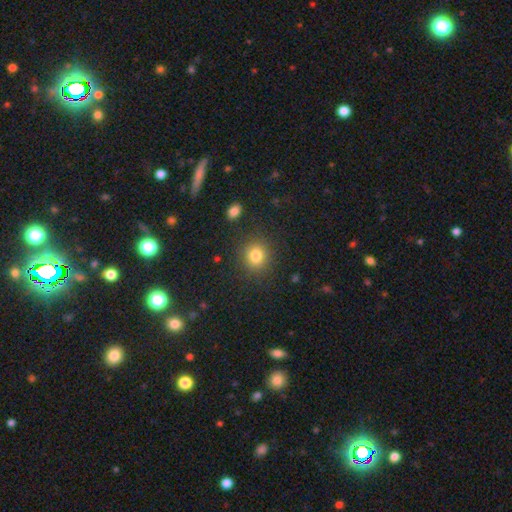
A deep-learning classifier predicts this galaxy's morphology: A smooth galaxy with no disk features (81%) that is round (86%).

Vote fractions:
- Smooth or featured? smooth: 81% / star or artifact: 13% / featured or disk: 7%
- How rounded? round: 86% / in between: 13% / cigar-shaped: 1%
- Merging? none: 88% / minor disturbance: 7% / major disturbance: 3% / merger: 2%